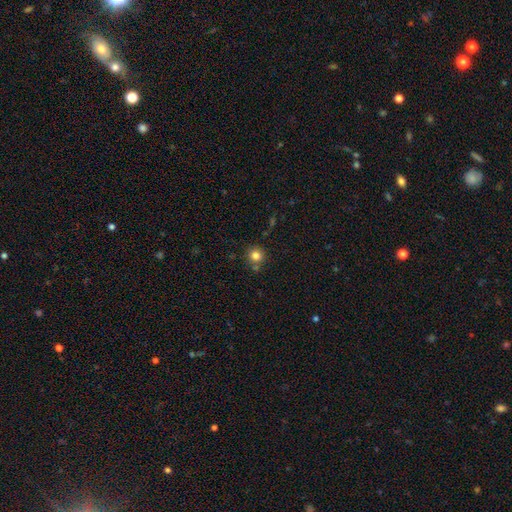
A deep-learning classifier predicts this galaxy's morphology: Smooth or featured?
  - smooth: 82% *
  - star or artifact: 12%
  - featured or disk: 6%
How rounded?
  - round: 92% *
  - in between: 7%
  - cigar-shaped: 1%
Merging?
  - none: 78% *
  - minor disturbance: 10%
  - merger: 9%
  - major disturbance: 3%